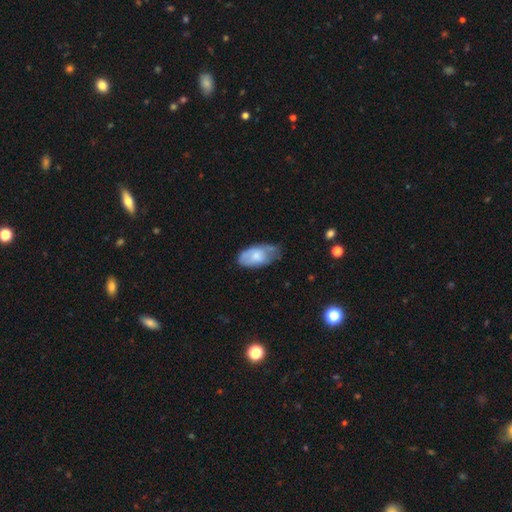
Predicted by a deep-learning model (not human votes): Smooth or featured? Predicted: smooth (p=0.63). How rounded? Predicted: in between (p=0.93). Merging? Predicted: none (p=0.47).